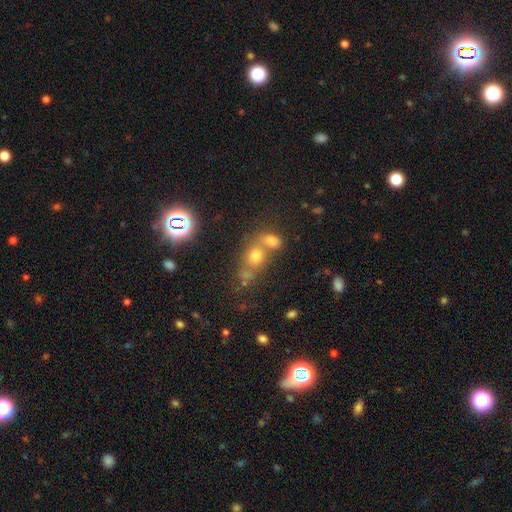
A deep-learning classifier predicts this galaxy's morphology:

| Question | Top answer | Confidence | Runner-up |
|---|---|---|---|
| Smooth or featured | smooth | 48% | star or artifact (31%) |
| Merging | merger | 54% | none (33%) |